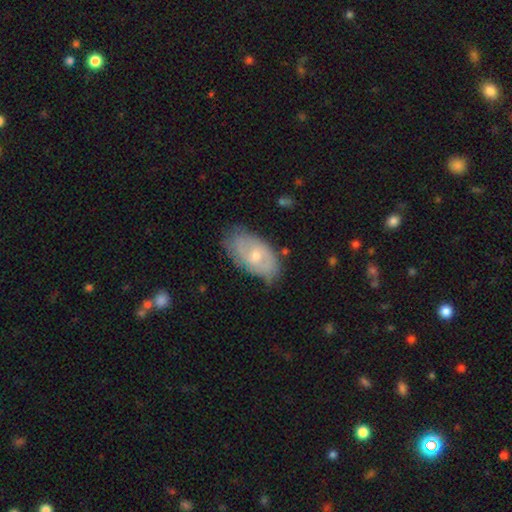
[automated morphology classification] Smooth or featured? featured or disk (55%)
Edge-on disk? no (92%)
Bar? no (65%)
Spiral arms? yes (68%)
Bulge size? small (51%)
Merging? none (69%)